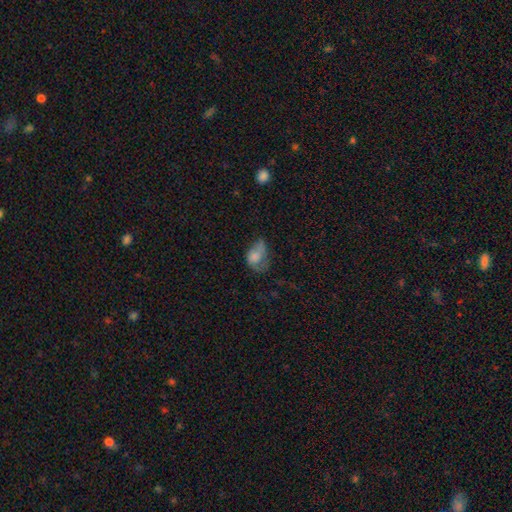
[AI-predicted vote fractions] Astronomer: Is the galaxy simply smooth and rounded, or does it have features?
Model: smooth — 65%.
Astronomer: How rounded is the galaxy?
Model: in between — 81%.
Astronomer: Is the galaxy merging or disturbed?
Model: major disturbance — 42% (runner-up: minor disturbance, 30%).